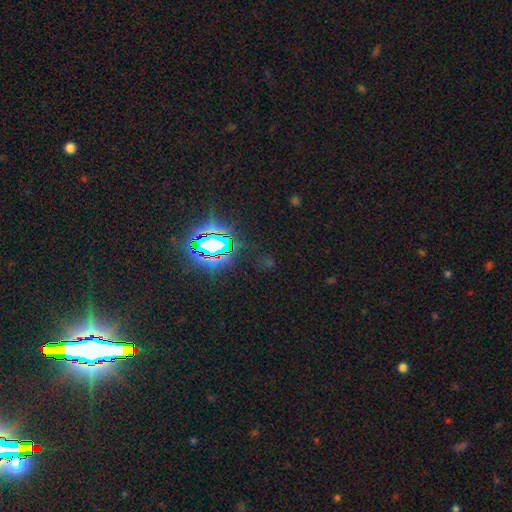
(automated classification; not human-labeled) This appears to be a star or artifact, not a galaxy (84%).